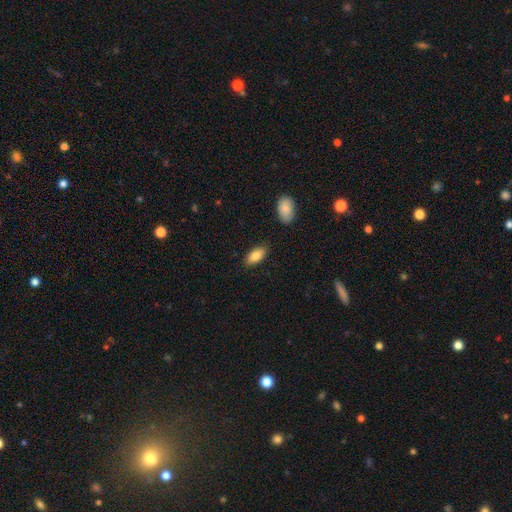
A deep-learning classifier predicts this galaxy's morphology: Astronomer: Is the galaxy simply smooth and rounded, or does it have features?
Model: smooth — 85%.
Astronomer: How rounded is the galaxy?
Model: in between — 89%.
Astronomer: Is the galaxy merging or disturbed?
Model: none — 86%.